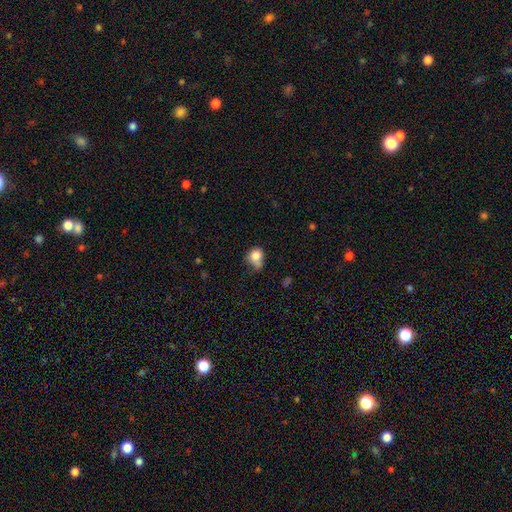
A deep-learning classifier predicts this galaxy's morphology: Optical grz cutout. It shows a smooth galaxy with no disk features (81%) that is round (69%). Merging: none (40%).